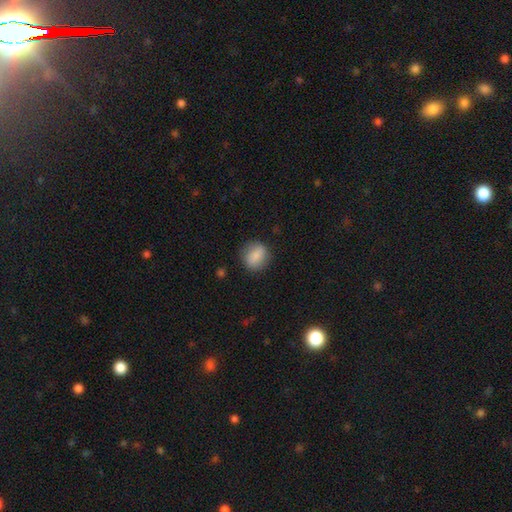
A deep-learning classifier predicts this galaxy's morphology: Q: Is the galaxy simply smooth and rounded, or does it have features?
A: smooth — 80%.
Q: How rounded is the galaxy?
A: round — 72%.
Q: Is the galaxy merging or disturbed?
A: none — 82%.